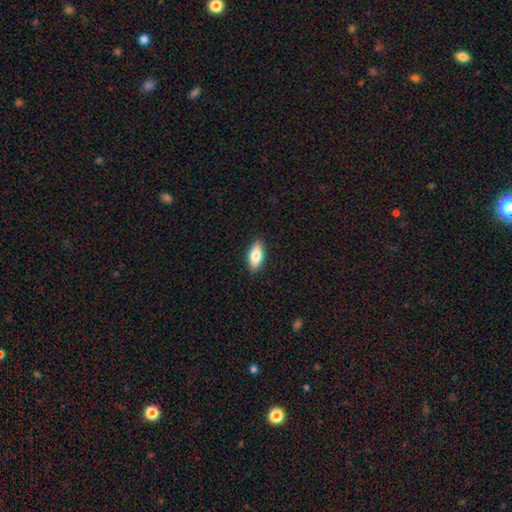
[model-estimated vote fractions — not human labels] Overall: smooth (74%). How rounded: in between (80%). Merging: none (89%).